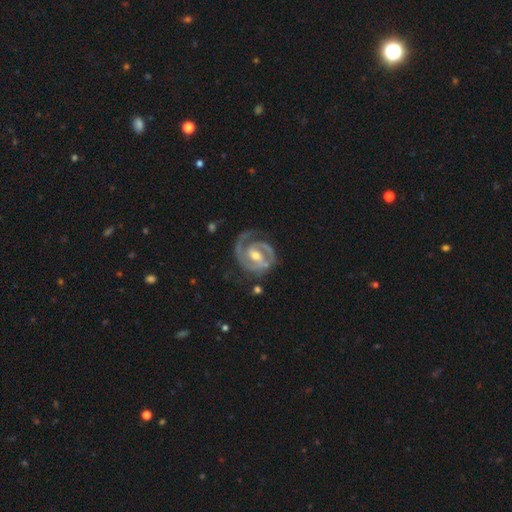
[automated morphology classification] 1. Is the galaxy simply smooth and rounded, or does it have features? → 92% featured or disk, 5% smooth, 4% star or artifact.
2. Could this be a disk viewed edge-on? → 98% no, 2% yes.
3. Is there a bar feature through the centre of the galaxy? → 46% weak, 34% strong, 20% no.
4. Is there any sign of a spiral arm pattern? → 98% yes, 2% no.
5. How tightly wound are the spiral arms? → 57% tight, 37% medium, 6% loose.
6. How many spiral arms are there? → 78% 2, 12% 1, 4% 3, 4% can't tell, 1% 4, 1% more than 4.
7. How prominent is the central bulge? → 62% moderate, 33% small, 3% large, 1% none, 1% dominant.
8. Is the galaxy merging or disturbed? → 70% none, 18% minor disturbance, 9% major disturbance, 2% merger.